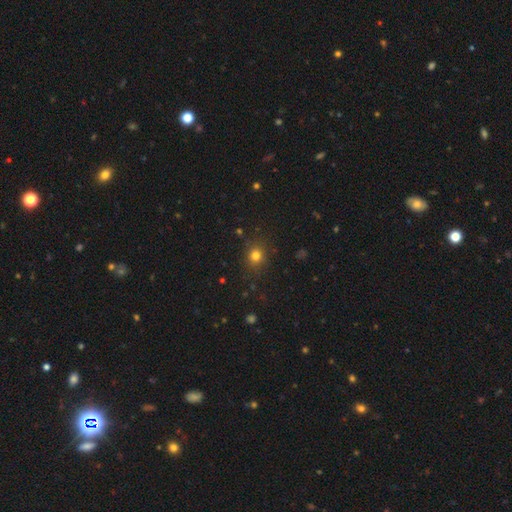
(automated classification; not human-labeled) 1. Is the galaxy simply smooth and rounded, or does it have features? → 78% smooth, 16% star or artifact, 6% featured or disk.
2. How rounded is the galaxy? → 82% round, 17% in between, 1% cigar-shaped.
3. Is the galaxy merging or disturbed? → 86% none, 9% minor disturbance, 3% major disturbance, 2% merger.